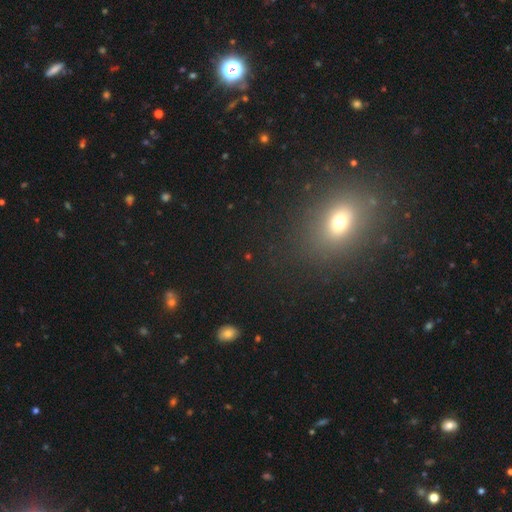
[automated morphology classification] Overall: smooth (55%; star or artifact 36%). How rounded: in between (54%; round 43%). Merging: none (89%).